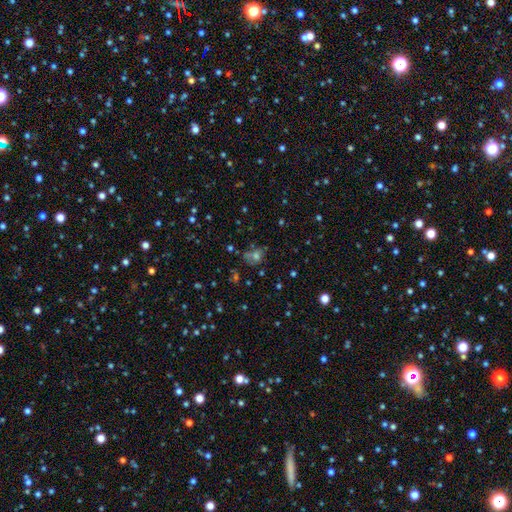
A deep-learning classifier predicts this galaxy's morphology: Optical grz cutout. It shows a smooth galaxy with no disk features (52%) that is round (56%). Merging: none (51%).